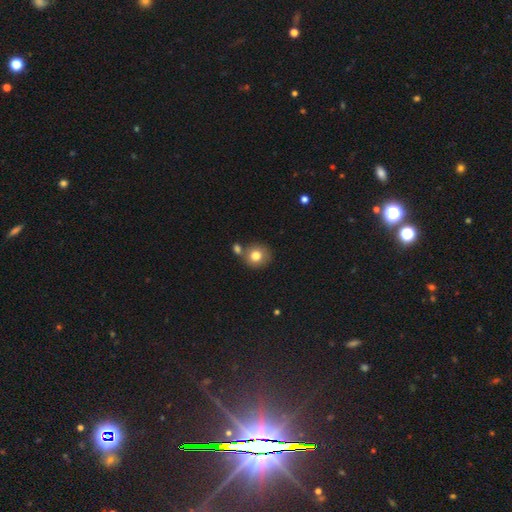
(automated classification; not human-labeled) Smooth or featured?
  - smooth: 79% *
  - featured or disk: 11%
  - star or artifact: 10%
How rounded?
  - round: 86% *
  - in between: 13%
  - cigar-shaped: 1%
Merging?
  - none: 65% *
  - merger: 21%
  - minor disturbance: 11%
  - major disturbance: 3%